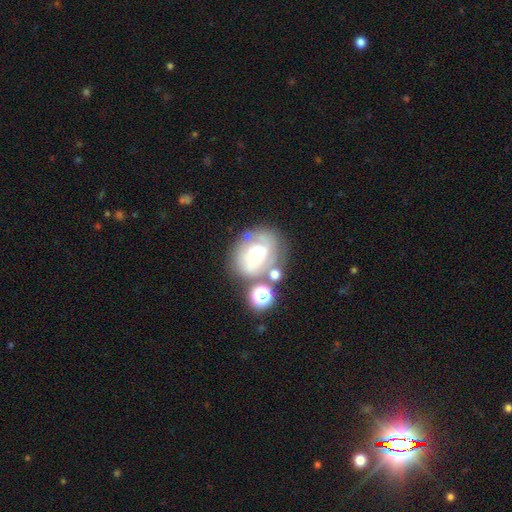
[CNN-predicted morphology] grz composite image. It shows a featured or disk galaxy (53%) with no bar (73%), spiral arms (52%) and a small central bulge (51%). Merging: none (46%).